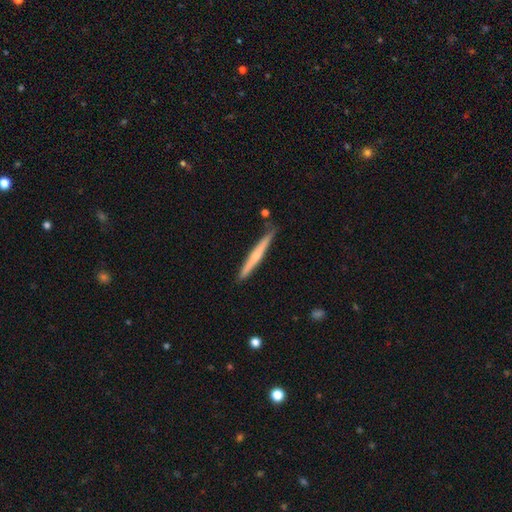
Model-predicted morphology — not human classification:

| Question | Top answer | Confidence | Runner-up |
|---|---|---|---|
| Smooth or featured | featured or disk | 50% | smooth (45%) |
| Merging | none | 86% | minor disturbance (10%) |